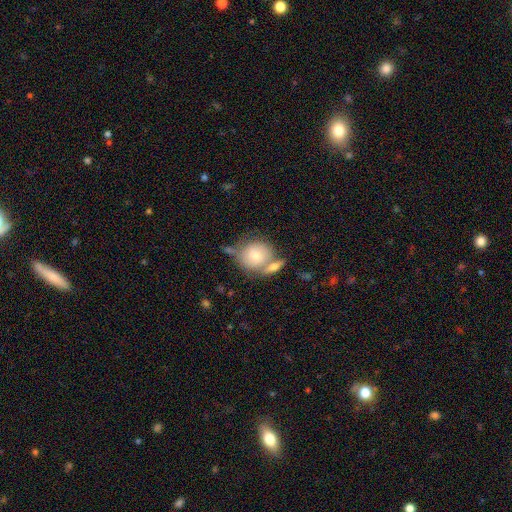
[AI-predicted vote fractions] Smooth or featured?
  - smooth: 69% *
  - featured or disk: 24%
  - star or artifact: 7%
How rounded?
  - round: 79% *
  - in between: 20%
  - cigar-shaped: 1%
Merging?
  - none: 43% *
  - merger: 35%
  - minor disturbance: 16%
  - major disturbance: 7%